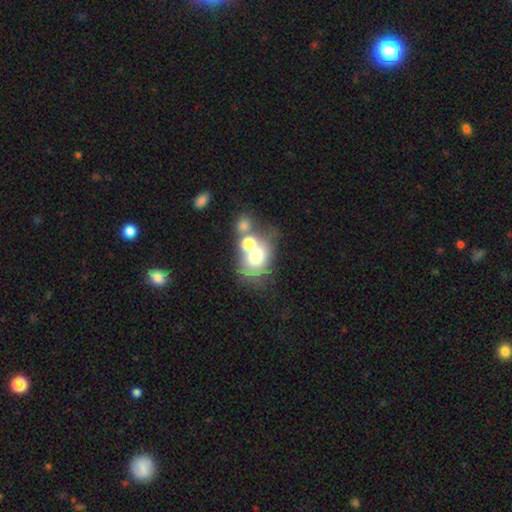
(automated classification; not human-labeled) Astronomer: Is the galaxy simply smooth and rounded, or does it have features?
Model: smooth — 61%.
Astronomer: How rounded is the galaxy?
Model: in between — 51% (runner-up: round, 48%).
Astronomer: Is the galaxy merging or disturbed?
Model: merger — 51% (runner-up: none, 30%).